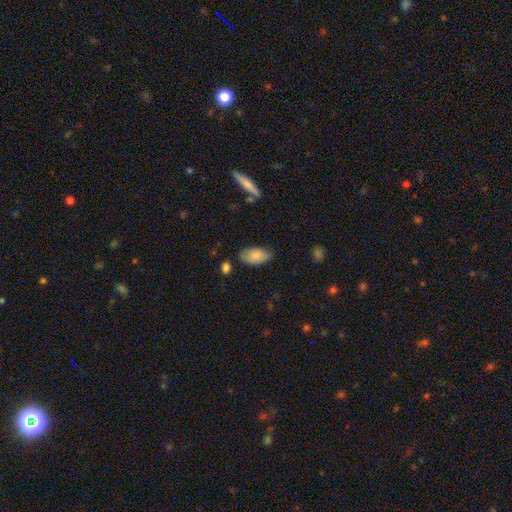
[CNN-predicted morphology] Q: Smooth or featured?
A: smooth (82%); runner-up: featured or disk (11%)
Q: How rounded?
A: in between (94%); runner-up: round (3%)
Q: Merging?
A: none (70%); runner-up: minor disturbance (23%)